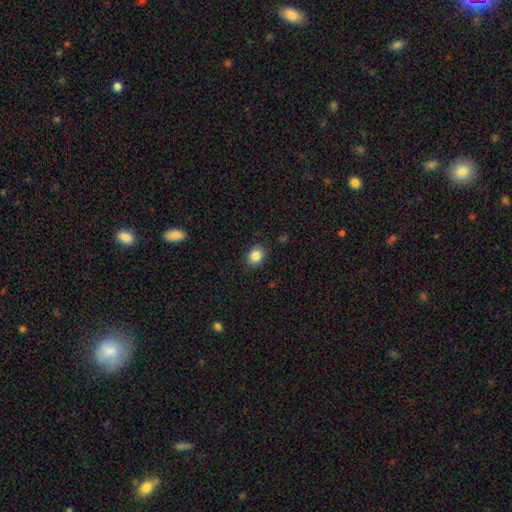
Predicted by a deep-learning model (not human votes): This appears to be a smooth galaxy with no disk features (85%) that is round (56%). Merging: none (88%).